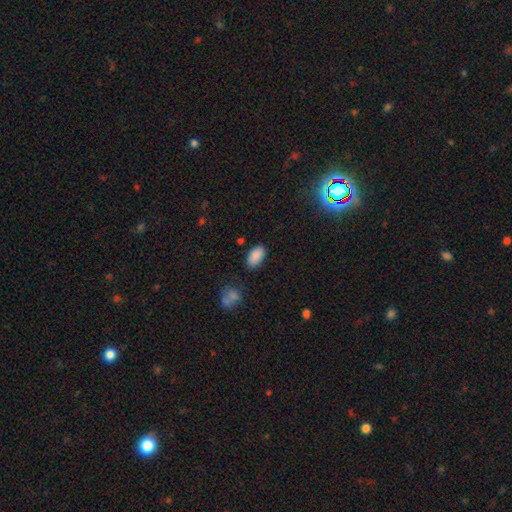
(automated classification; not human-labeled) smooth 88%, star or artifact 8%, featured or disk 4%. Down the decision tree: how rounded — in between (94%); merging — none (82%).